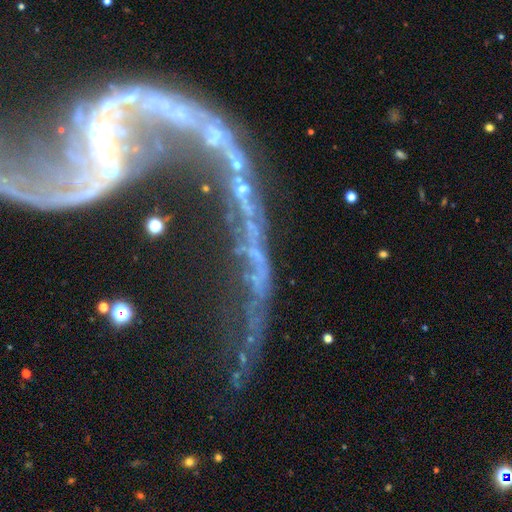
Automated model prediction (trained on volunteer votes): Morphology: type=featured or disk (74%); edge-on=no (89%); bar=no (53%); spiral arms=yes (66%); bulge=small (49%); merging=major disturbance (37%).